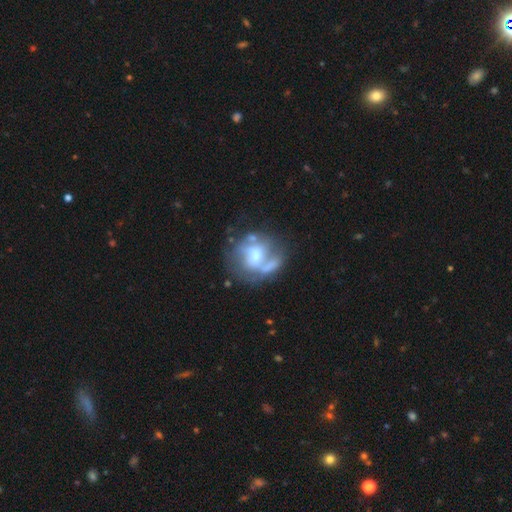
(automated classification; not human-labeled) Smooth or featured? featured or disk (63%)
Edge-on disk? no (97%)
Bar? no (47%)
Spiral arms? yes (60%)
Bulge size? moderate (51%)
Merging? none (43%)